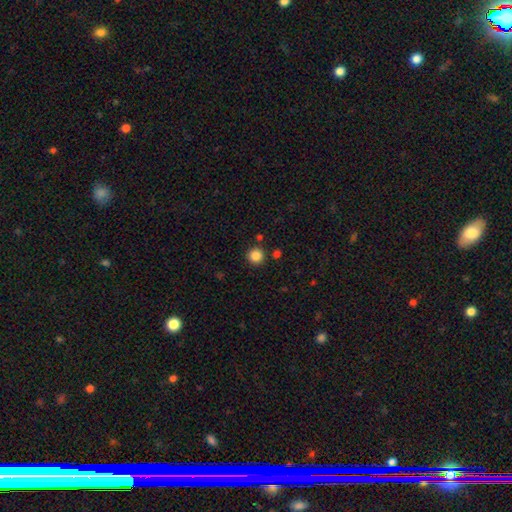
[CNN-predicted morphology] Smooth or featured: smooth — 86% (star or artifact — 11%)
How rounded: round — 95% (in between — 4%)
Merging: none — 89% (minor disturbance — 6%)